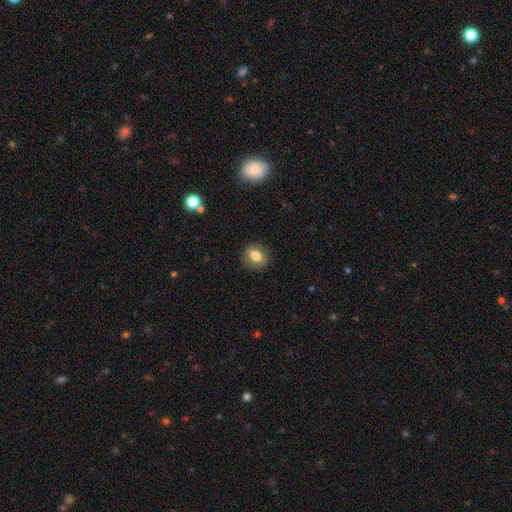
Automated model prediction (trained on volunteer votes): smooth_or_featured: smooth (p=0.77) [alt: featured or disk p=0.14]
how_rounded: round (p=0.63) [alt: in between p=0.36]
merging: none (p=0.87) [alt: minor disturbance p=0.09]